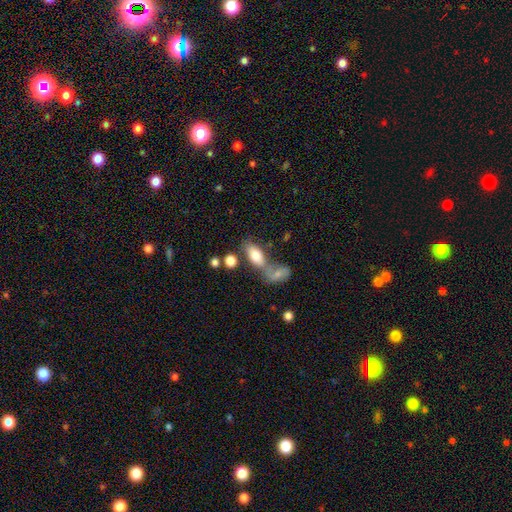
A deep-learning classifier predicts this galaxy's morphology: Smooth or featured: smooth — 76% (featured or disk — 16%)
How rounded: in between — 87% (cigar-shaped — 8%)
Merging: none — 43% (merger — 39%)